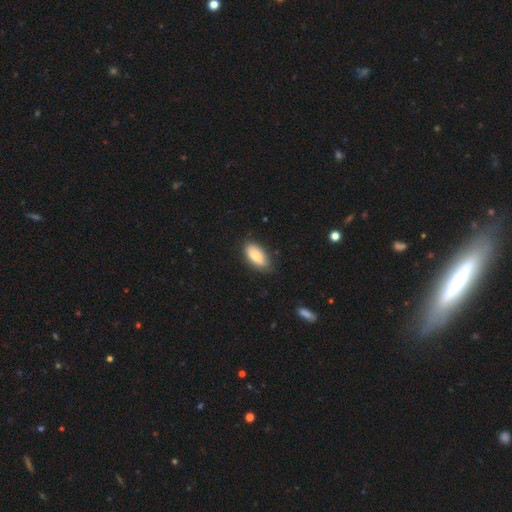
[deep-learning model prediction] Overall: smooth (78%). How rounded: in between (92%). Merging: none (76%).